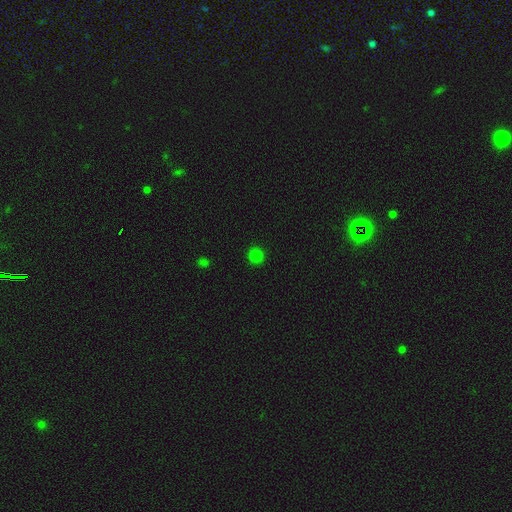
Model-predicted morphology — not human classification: Smooth or featured? smooth (80%)
How rounded? round (94%)
Merging? none (92%)